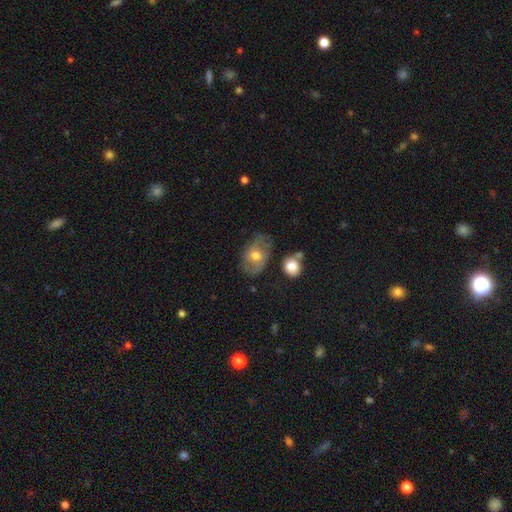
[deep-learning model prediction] smooth_or_featured: smooth (p=0.47) [alt: featured or disk p=0.45]
merging: none (p=0.61) [alt: minor disturbance p=0.24]